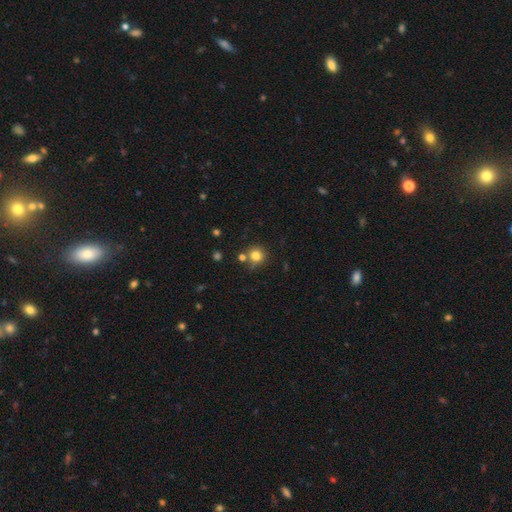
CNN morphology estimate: Smooth or featured? smooth (80%)
How rounded? round (92%)
Merging? none (73%)